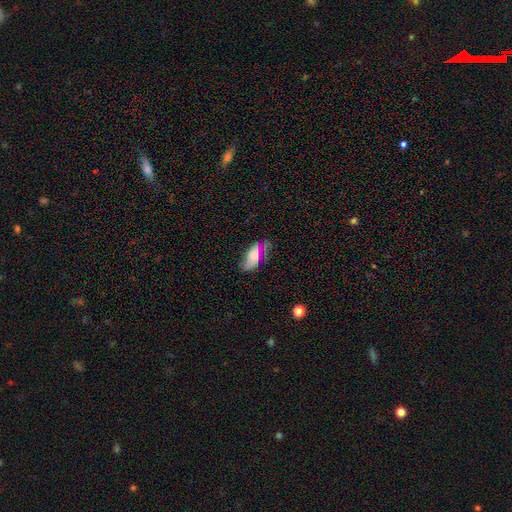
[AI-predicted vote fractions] Morphology: type=smooth (47%); merging=none (40%).